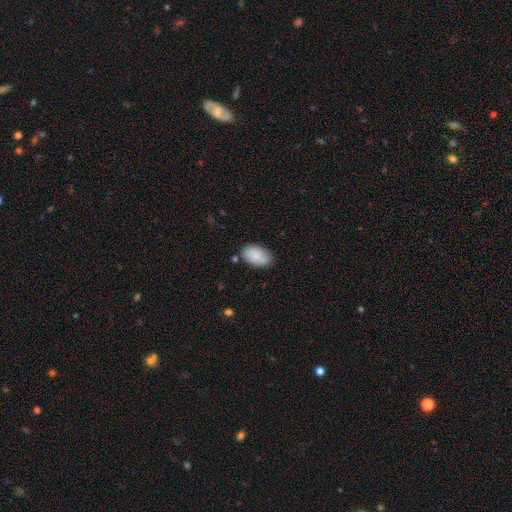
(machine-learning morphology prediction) A smooth galaxy with no disk features (86%) that is in between round and cigar-shaped (94%).

Vote fractions:
- Smooth or featured? smooth: 86% / featured or disk: 8% / star or artifact: 7%
- How rounded? in between: 94% / round: 5% / cigar-shaped: 1%
- Merging? none: 83% / minor disturbance: 12% / major disturbance: 3% / merger: 2%